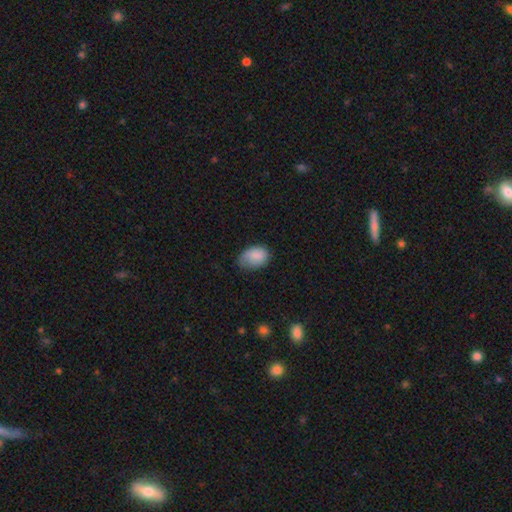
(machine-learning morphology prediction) Q: Smooth or featured?
A: smooth (84%); runner-up: featured or disk (9%)
Q: How rounded?
A: in between (85%); runner-up: round (14%)
Q: Merging?
A: none (56%); runner-up: minor disturbance (34%)